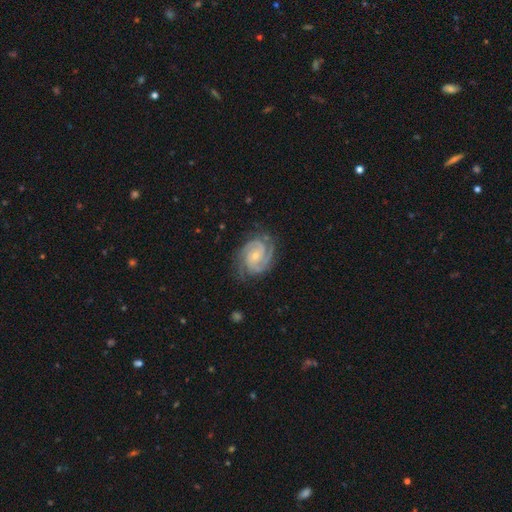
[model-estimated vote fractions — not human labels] Smooth or featured?
  - featured or disk: 92% *
  - star or artifact: 4%
  - smooth: 4%
Edge-on disk?
  - no: 98% *
  - yes: 2%
Bar?
  - no: 64% *
  - weak: 28%
  - strong: 8%
Spiral arms?
  - yes: 99% *
  - no: 1%
Spiral winding?
  - tight: 70% *
  - medium: 27%
  - loose: 3%
Spiral arm count?
  - 3: 39% *
  - 2: 35%
  - 4: 9%
  - can't tell: 9%
  - 1: 5%
  - more than 4: 5%
Bulge size?
  - small: 70% *
  - moderate: 26%
  - none: 2%
  - large: 1%
  - dominant: 1%
Merging?
  - none: 77% *
  - minor disturbance: 16%
  - major disturbance: 5%
  - merger: 1%